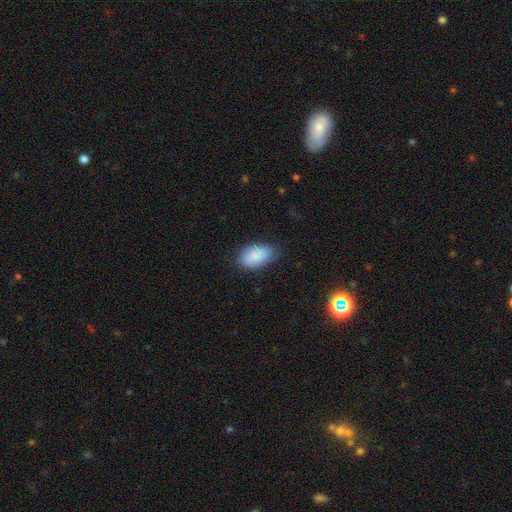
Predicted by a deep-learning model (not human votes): Overall: smooth (86%). How rounded: in between (93%). Merging: none (77%).